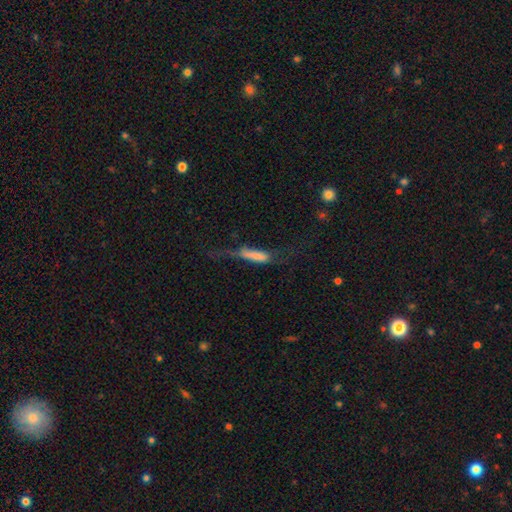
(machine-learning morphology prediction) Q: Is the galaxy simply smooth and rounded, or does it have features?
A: smooth — 66%.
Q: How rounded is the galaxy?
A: cigar-shaped — 71%.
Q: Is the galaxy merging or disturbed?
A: major disturbance — 46%.